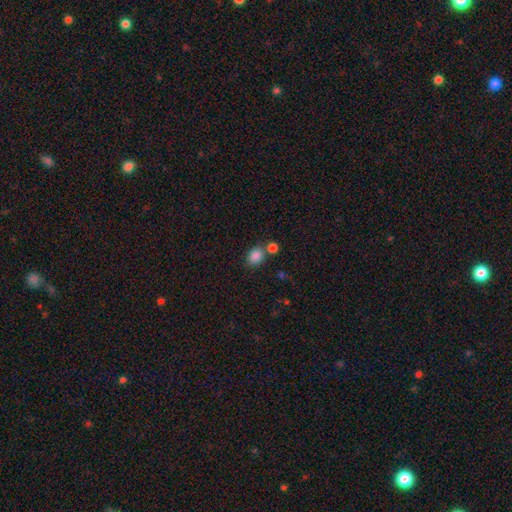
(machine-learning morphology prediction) Overall: smooth (85%). How rounded: in between (55%; round 44%). Merging: none (64%).